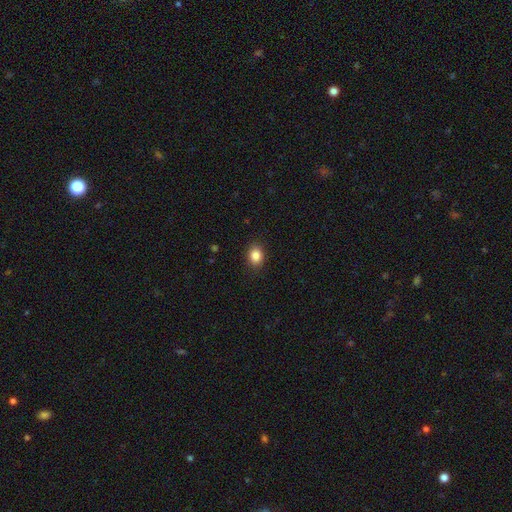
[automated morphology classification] This appears to be a smooth galaxy with no disk features (86%) that is in between round and cigar-shaped (50%). Merging: none (89%).